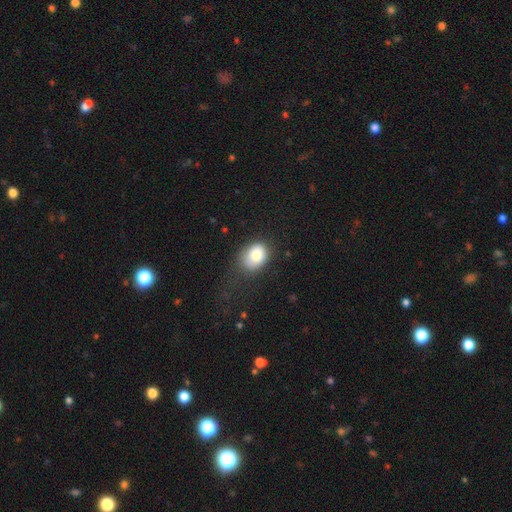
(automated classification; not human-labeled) smooth-or-featured: smooth: 83% | featured or disk: 9% | star or artifact: 8%
  how-rounded: in between: 65% | round: 34% | cigar-shaped: 1%
  merging: none: 60% | minor disturbance: 25% | major disturbance: 13% | merger: 2%